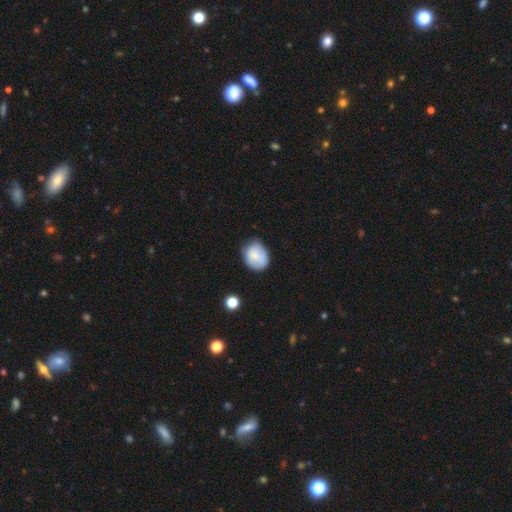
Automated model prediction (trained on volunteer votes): Smooth or featured: smooth — 76% (featured or disk — 16%)
How rounded: in between — 56% (round — 43%)
Merging: none — 65% (minor disturbance — 27%)